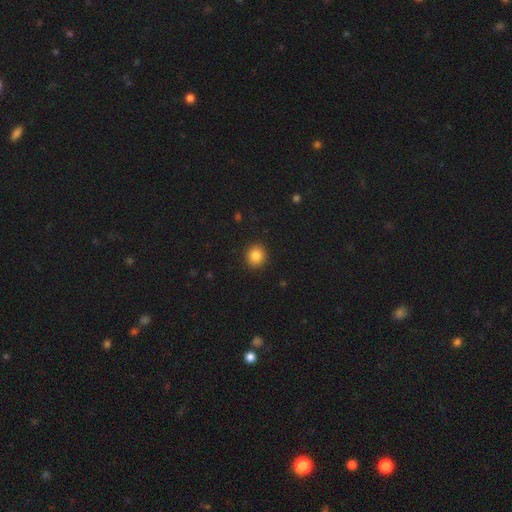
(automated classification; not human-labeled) smooth 85%, star or artifact 10%, featured or disk 5%. Down the decision tree: how rounded — round (84%); merging — none (91%).